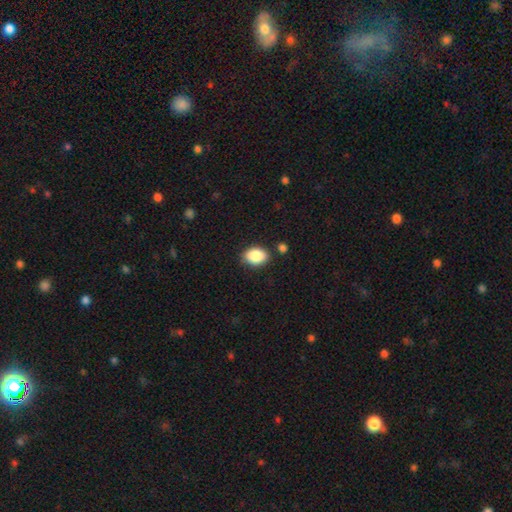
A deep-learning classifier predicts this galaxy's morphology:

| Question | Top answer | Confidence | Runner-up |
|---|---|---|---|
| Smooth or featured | smooth | 87% | star or artifact (8%) |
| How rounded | in between | 79% | round (19%) |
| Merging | none | 80% | minor disturbance (13%) |